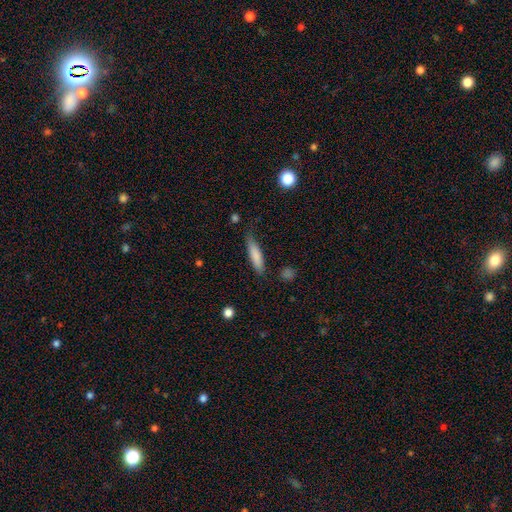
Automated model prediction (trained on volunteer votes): A smooth galaxy with no disk features (80%) that is cigar-shaped (79%).

Vote fractions:
- Smooth or featured? smooth: 80% / featured or disk: 14% / star or artifact: 6%
- How rounded? cigar-shaped: 79% / in between: 20% / round: 1%
- Merging? none: 75% / minor disturbance: 19% / major disturbance: 4% / merger: 2%